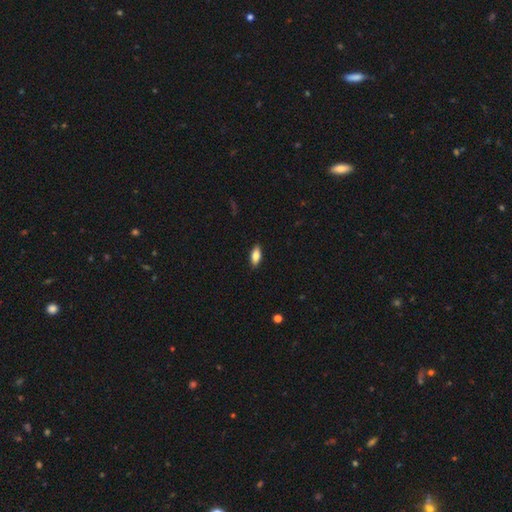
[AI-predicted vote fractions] Smooth or featured? smooth (80%)
How rounded? in between (81%)
Merging? none (89%)